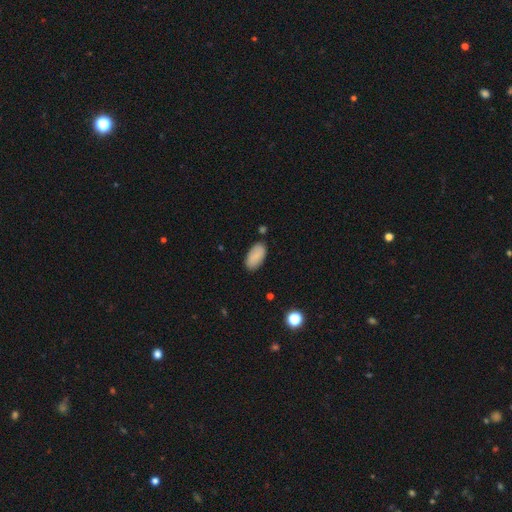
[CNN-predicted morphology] smooth 86%, star or artifact 7%, featured or disk 7%. Down the decision tree: how rounded — in between (94%); merging — none (85%).